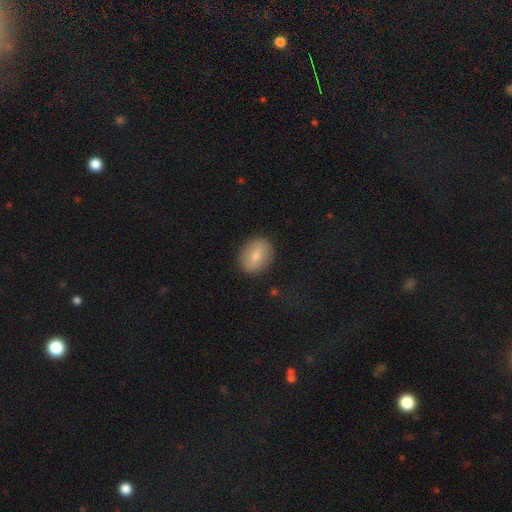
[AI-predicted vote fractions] A smooth galaxy with no disk features (75%) that is in between round and cigar-shaped (58%). Merging: none (87%).